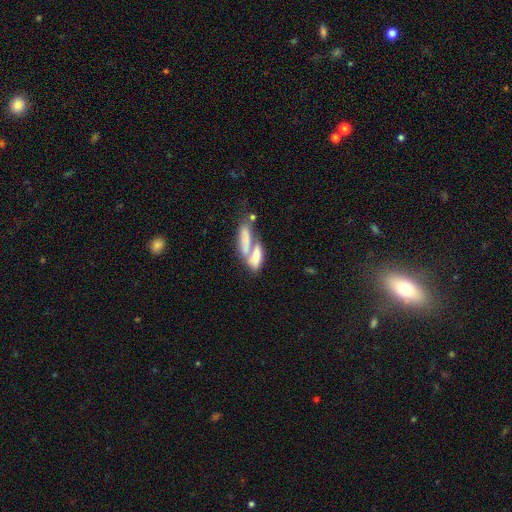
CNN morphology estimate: Q: Smooth or featured?
A: smooth (68%); runner-up: featured or disk (25%)
Q: How rounded?
A: in between (63%); runner-up: cigar-shaped (34%)
Q: Merging?
A: merger (67%); runner-up: none (18%)